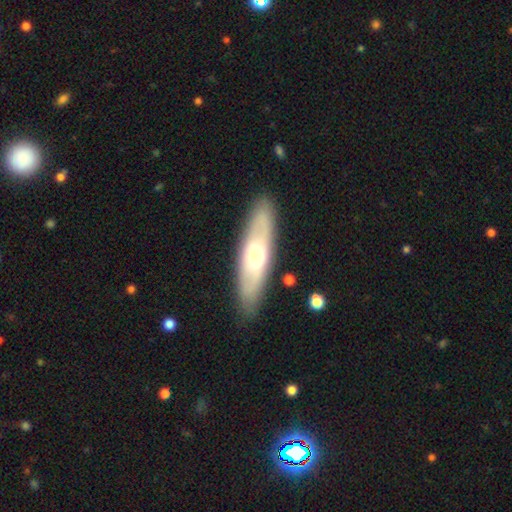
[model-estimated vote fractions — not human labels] Smooth or featured: featured or disk — 47% (tied with smooth — 47%)
Merging: none — 87% (minor disturbance — 9%)